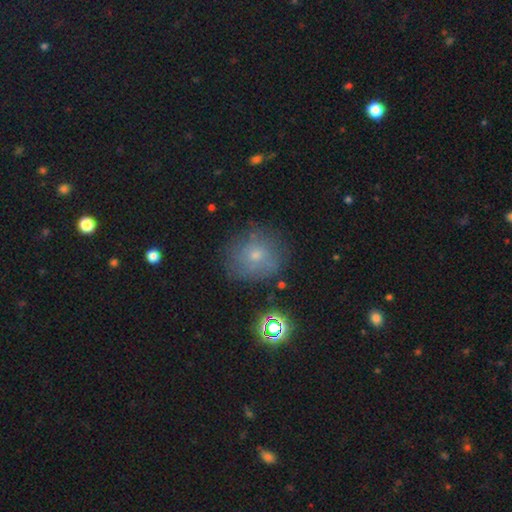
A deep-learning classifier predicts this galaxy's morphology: Smooth or featured: smooth — 56% (featured or disk — 23%)
How rounded: round — 86% (in between — 13%)
Merging: none — 75% (minor disturbance — 16%)